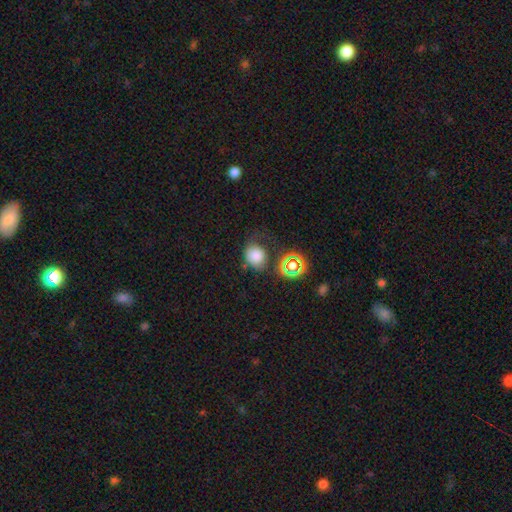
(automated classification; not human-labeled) A smooth galaxy with no disk features (77%) that is round (73%).

Vote fractions:
- Smooth or featured? smooth: 77% / star or artifact: 15% / featured or disk: 9%
- How rounded? round: 73% / in between: 26% / cigar-shaped: 1%
- Merging? none: 53% / minor disturbance: 24% / major disturbance: 14% / merger: 9%